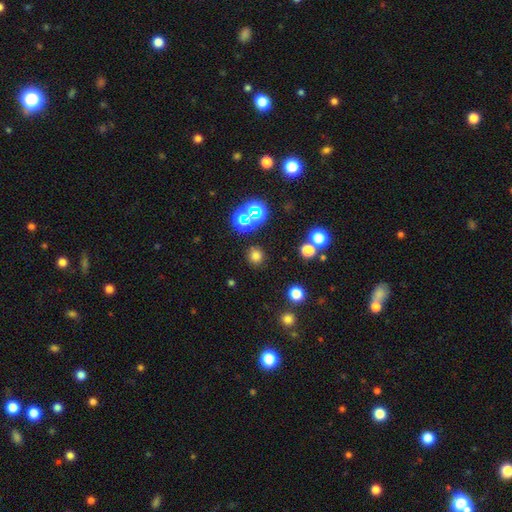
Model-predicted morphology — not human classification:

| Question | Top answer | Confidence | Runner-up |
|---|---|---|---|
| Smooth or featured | smooth | 69% | star or artifact (24%) |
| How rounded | round | 91% | in between (8%) |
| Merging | none | 86% | minor disturbance (7%) |